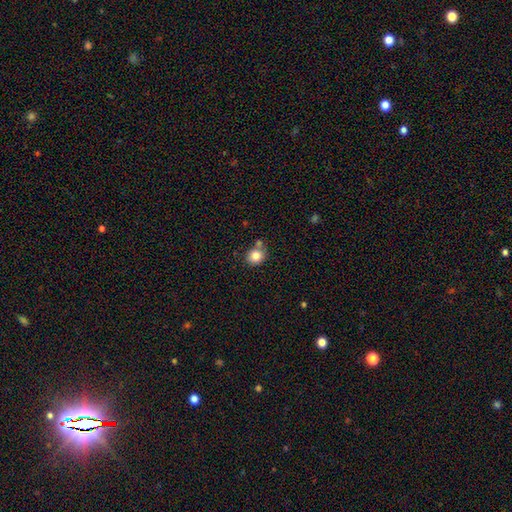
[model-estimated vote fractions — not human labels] This appears to be a smooth galaxy with no disk features (83%) that is round (80%). Merging: none (67%).